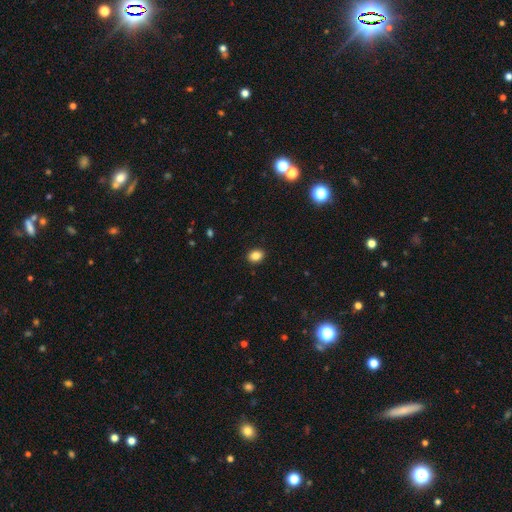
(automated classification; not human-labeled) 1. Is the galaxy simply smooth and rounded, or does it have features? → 85% smooth, 10% star or artifact, 5% featured or disk.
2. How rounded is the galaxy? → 57% in between, 42% round, 1% cigar-shaped.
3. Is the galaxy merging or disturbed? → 91% none, 7% minor disturbance, 2% major disturbance, 1% merger.